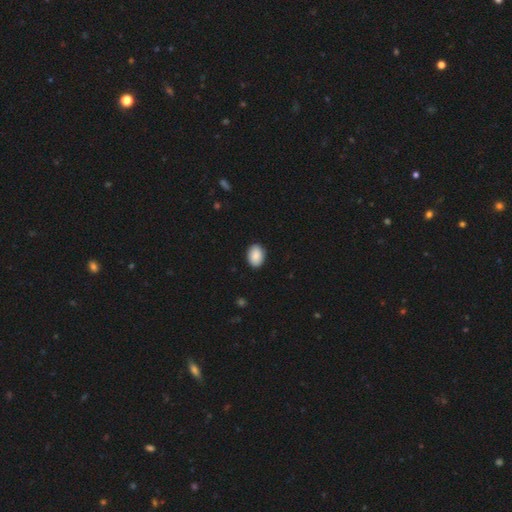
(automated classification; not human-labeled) Smooth or featured? smooth (90%)
How rounded? in between (80%)
Merging? none (90%)